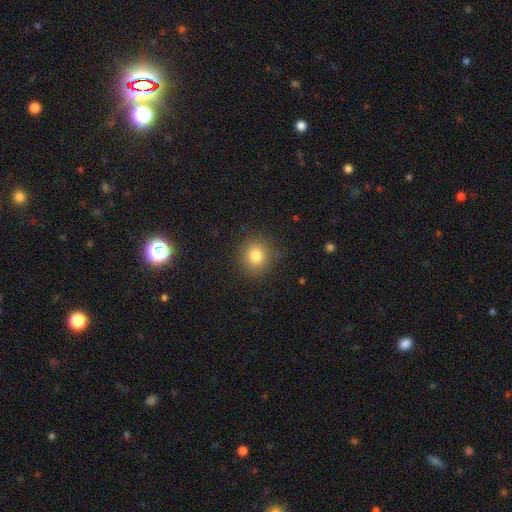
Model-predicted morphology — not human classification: The model was most divided on "smooth or featured": smooth: 82%, star or artifact: 11%, featured or disk: 7%. More confident: how rounded — round (88%); merging — none (86%).